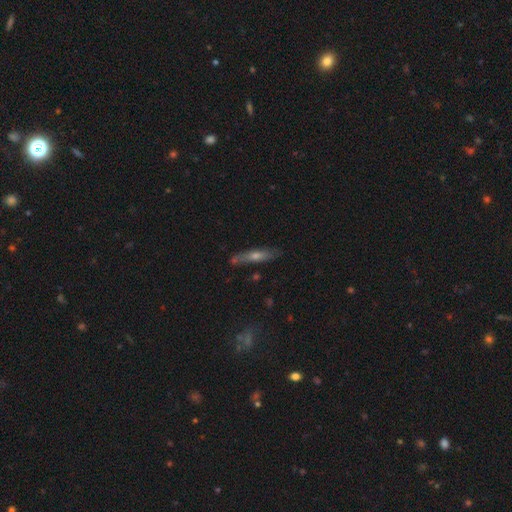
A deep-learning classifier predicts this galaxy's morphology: This is possibly a featured or disk galaxy (48%). Merging: likely none (76%).